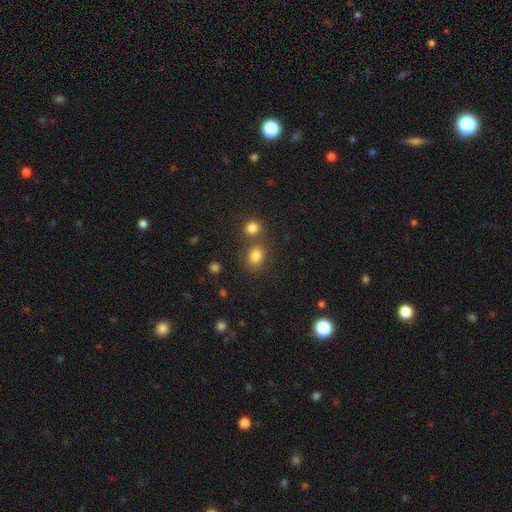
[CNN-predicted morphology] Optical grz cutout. It shows a smooth galaxy with no disk features (81%) that is round (51%). Merging: none (65%).